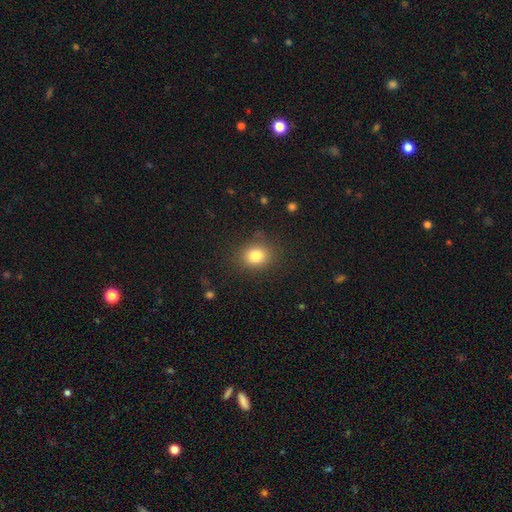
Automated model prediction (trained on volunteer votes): Morphology: type=smooth (81%); roundness=round (63%); merging=none (84%).